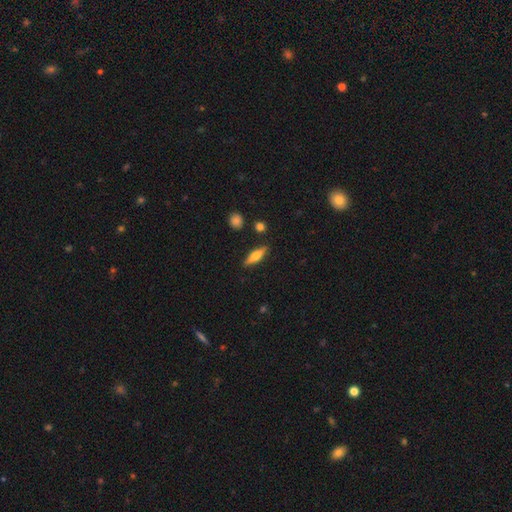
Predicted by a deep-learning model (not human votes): Smooth or featured? Predicted: smooth (p=0.47, tied with featured or disk). Merging? Predicted: none (p=0.87).